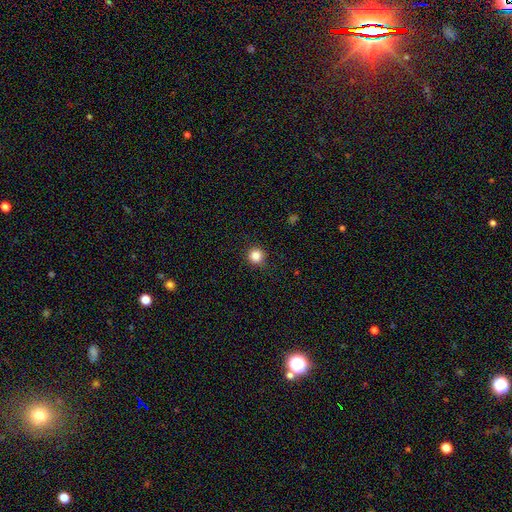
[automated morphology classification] smooth-or-featured: smooth: 85% | star or artifact: 11% | featured or disk: 4%
  how-rounded: round: 95% | in between: 4% | cigar-shaped: 1%
  merging: none: 91% | minor disturbance: 6% | major disturbance: 2% | merger: 1%